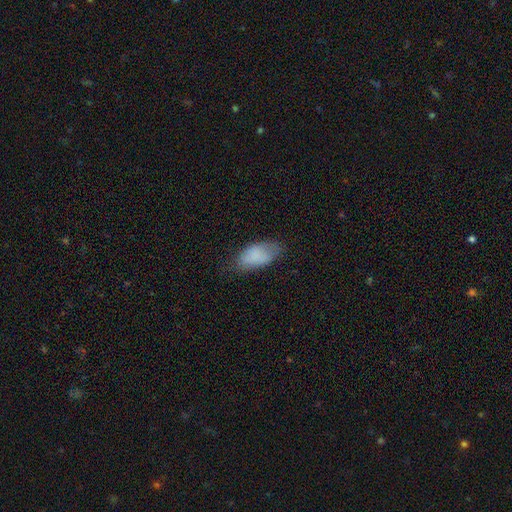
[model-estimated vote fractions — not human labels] This is clearly a smooth galaxy (83%). How rounded: clearly in between (93%). Merging: likely none (63%).